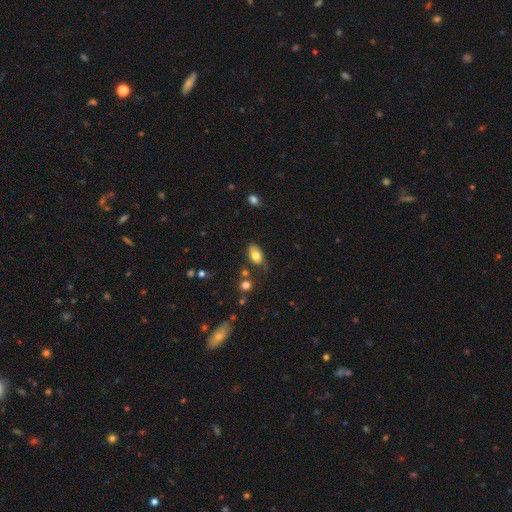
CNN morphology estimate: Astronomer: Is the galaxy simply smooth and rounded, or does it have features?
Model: smooth — 75%.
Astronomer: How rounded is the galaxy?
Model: in between — 90%.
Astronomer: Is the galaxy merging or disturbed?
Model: none — 58%.